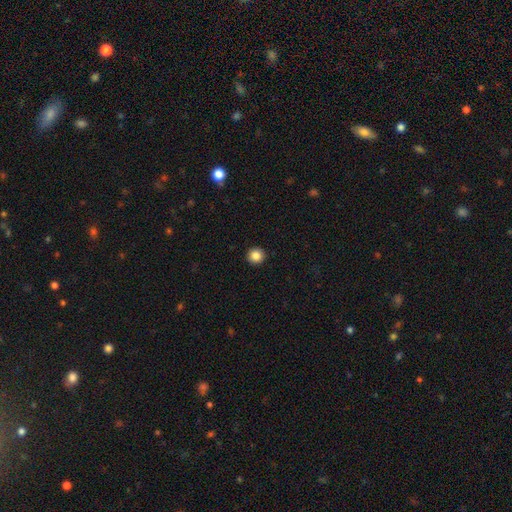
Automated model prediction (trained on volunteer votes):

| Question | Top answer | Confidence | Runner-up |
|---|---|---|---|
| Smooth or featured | smooth | 86% | star or artifact (10%) |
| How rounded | round | 95% | in between (4%) |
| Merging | none | 94% | minor disturbance (4%) |